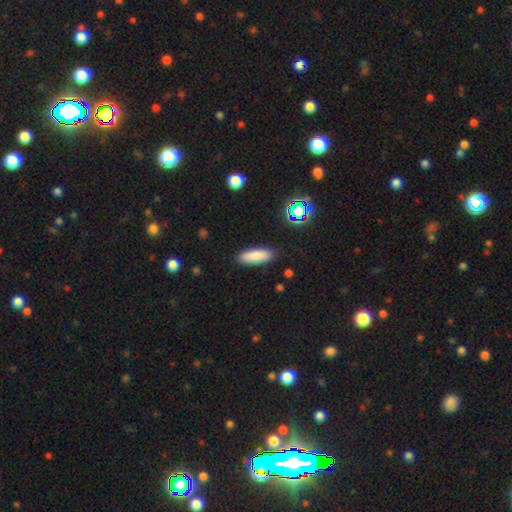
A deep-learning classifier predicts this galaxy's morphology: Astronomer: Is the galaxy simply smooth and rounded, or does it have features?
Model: smooth — 85%.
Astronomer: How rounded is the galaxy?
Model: in between — 59% (runner-up: cigar-shaped, 39%).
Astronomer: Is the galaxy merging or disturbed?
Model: none — 88%.